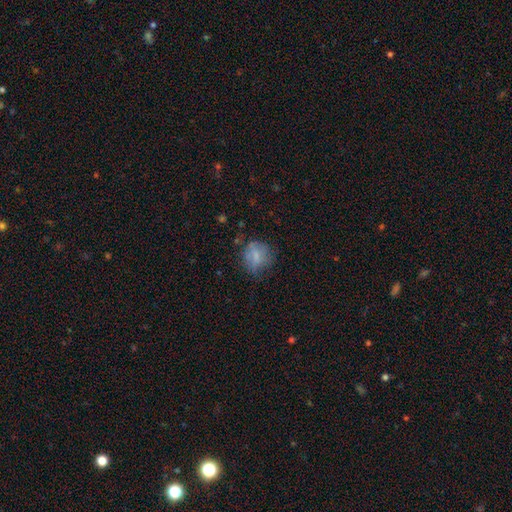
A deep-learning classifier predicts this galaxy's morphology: smooth 68%, featured or disk 21%, star or artifact 11%. Down the decision tree: how rounded — round (76%); merging — none (58%).